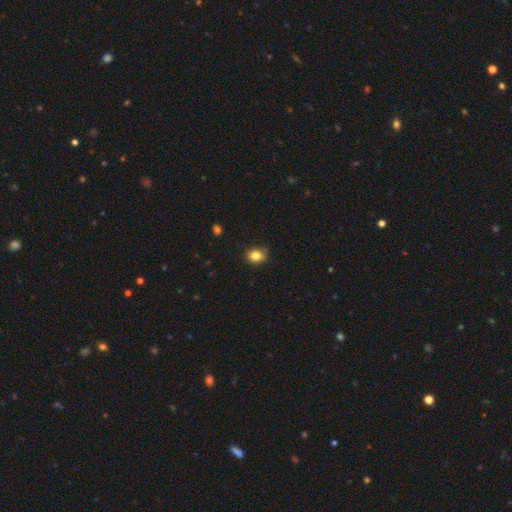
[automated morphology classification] A smooth galaxy with no disk features (82%) that is round (54%).

Vote fractions:
- Smooth or featured? smooth: 82% / star or artifact: 11% / featured or disk: 8%
- How rounded? round: 54% / in between: 45% / cigar-shaped: 1%
- Merging? none: 76% / minor disturbance: 19% / major disturbance: 3% / merger: 2%